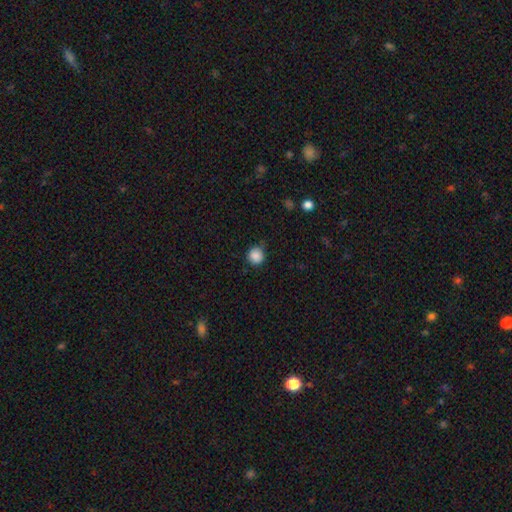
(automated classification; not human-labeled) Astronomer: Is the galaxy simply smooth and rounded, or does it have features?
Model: smooth — 86%.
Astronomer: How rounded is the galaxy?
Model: round — 91%.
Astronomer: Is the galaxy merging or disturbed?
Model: none — 77%.